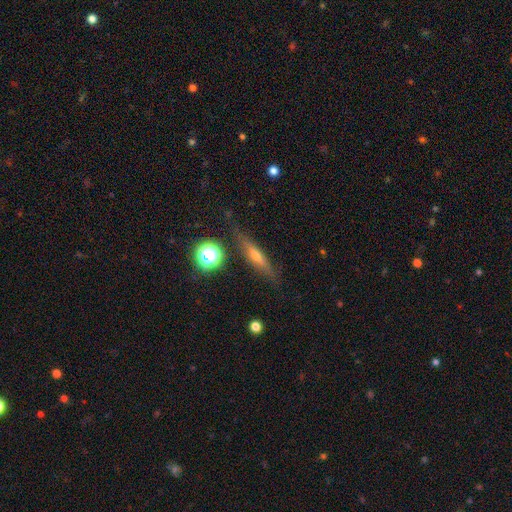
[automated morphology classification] The model was most divided on "smooth or featured": featured or disk: 53%, smooth: 35%, star or artifact: 11%. More confident: edge-on disk — yes (91%); merging — none (83%).